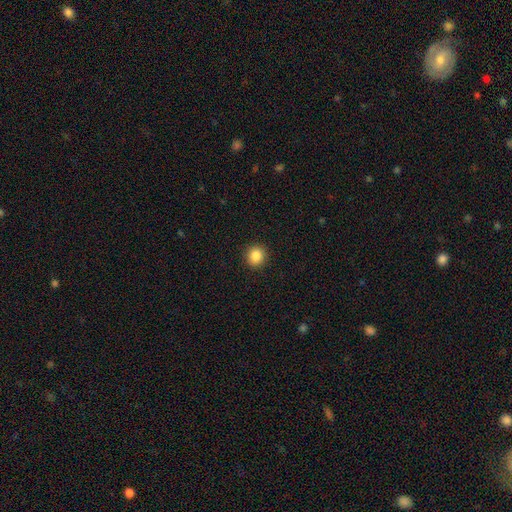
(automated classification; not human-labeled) Smooth or featured: smooth — 87% (star or artifact — 10%)
How rounded: round — 88% (in between — 11%)
Merging: none — 92% (minor disturbance — 5%)